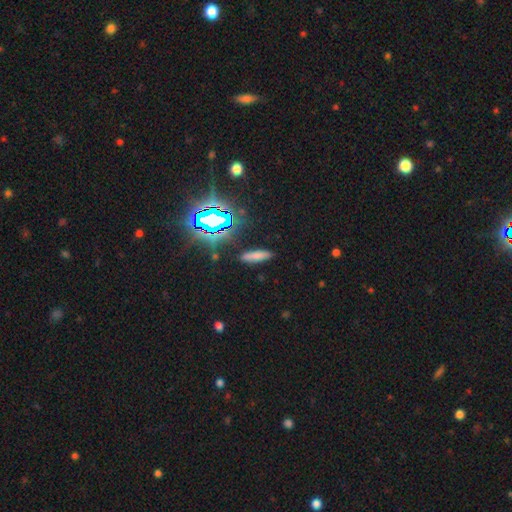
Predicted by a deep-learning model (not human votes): This appears to be a smooth galaxy with no disk features (68%) that is cigar-shaped (70%). Merging: none (87%).